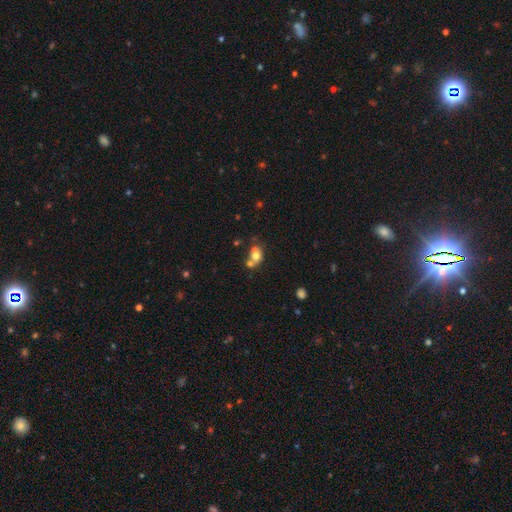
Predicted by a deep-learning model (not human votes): The model was most divided on "how rounded": in between: 56%, round: 42%, cigar-shaped: 1%. More confident: smooth or featured — smooth (71%); merging — merger (50%).